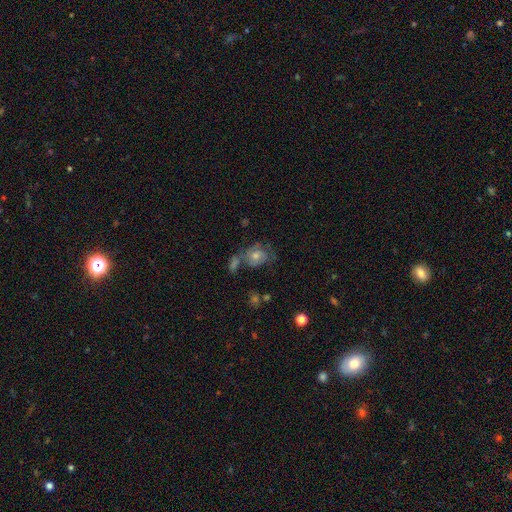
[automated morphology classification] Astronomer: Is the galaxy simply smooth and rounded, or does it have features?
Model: featured or disk — 54% (runner-up: smooth, 31%).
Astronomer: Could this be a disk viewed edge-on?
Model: no — 96%.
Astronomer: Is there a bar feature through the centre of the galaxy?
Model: no — 75%.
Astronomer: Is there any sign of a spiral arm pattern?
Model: yes — 71%.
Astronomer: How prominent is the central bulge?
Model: moderate — 62%.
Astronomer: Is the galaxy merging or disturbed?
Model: none — 47%.